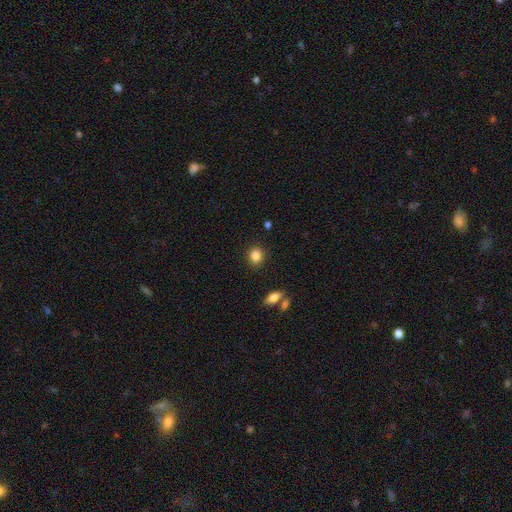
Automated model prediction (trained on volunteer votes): This is clearly a smooth galaxy (86%). How rounded: likely round (74%). Merging: clearly none (89%).